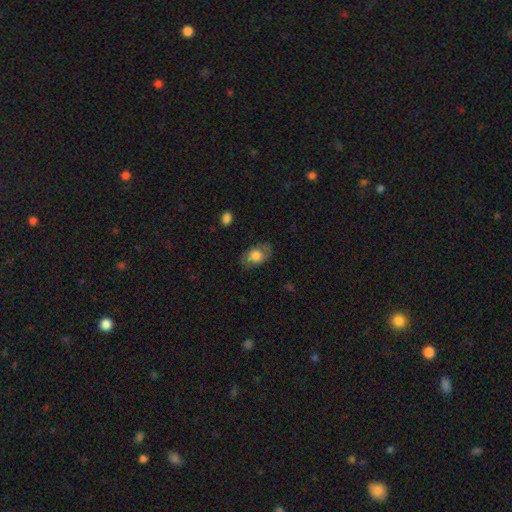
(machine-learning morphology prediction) A smooth galaxy with no disk features (70%) that is in between round and cigar-shaped (85%).

Vote fractions:
- Smooth or featured? smooth: 70% / featured or disk: 23% / star or artifact: 7%
- How rounded? in between: 85% / round: 14% / cigar-shaped: 2%
- Merging? none: 77% / minor disturbance: 16% / major disturbance: 5% / merger: 1%